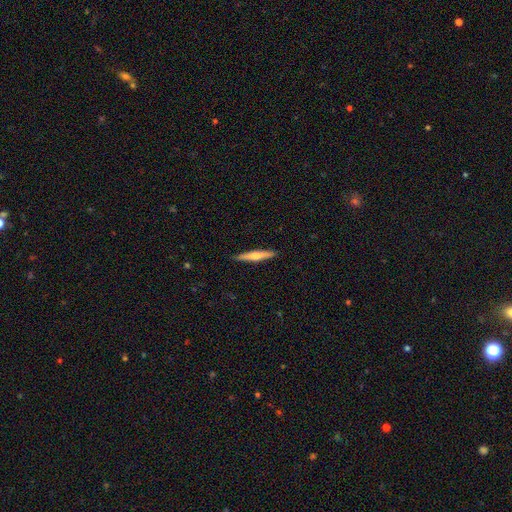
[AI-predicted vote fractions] Q: Smooth or featured?
A: smooth (48%); runner-up: featured or disk (47%)
Q: Merging?
A: none (91%); runner-up: minor disturbance (6%)